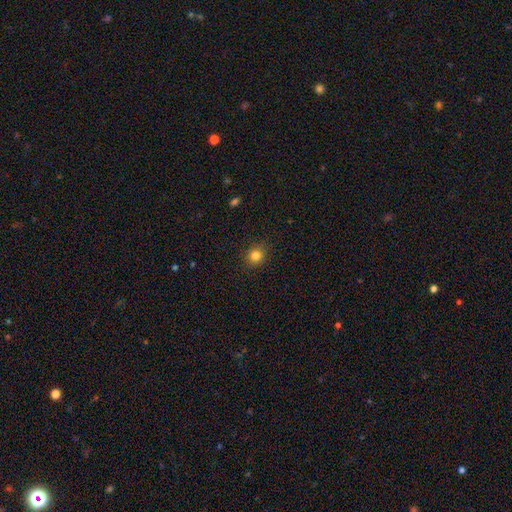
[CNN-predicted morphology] Smooth or featured? Predicted: smooth (p=0.83). How rounded? Predicted: round (p=0.87). Merging? Predicted: none (p=0.88).